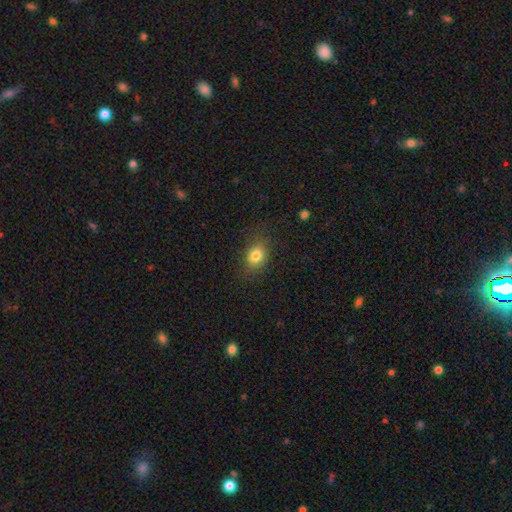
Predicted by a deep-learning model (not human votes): smooth-or-featured: smooth: 81% | star or artifact: 11% | featured or disk: 8%
  how-rounded: in between: 59% | round: 40% | cigar-shaped: 1%
  merging: none: 81% | minor disturbance: 13% | major disturbance: 5% | merger: 1%